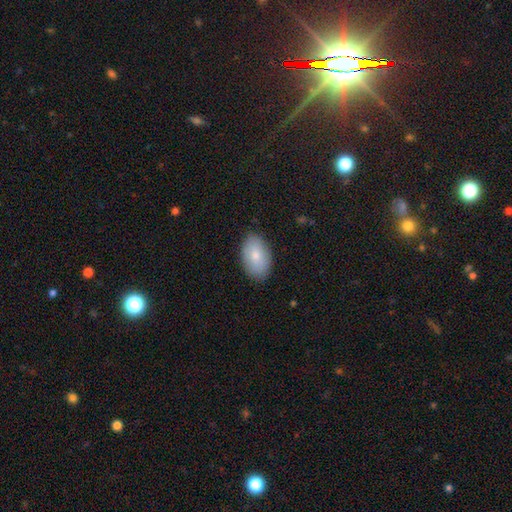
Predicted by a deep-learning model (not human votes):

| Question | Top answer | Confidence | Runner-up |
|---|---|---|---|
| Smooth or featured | smooth | 79% | featured or disk (15%) |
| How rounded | in between | 92% | round (6%) |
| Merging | none | 86% | minor disturbance (11%) |